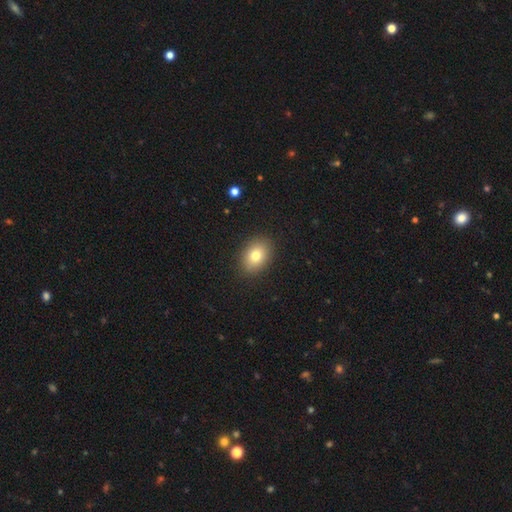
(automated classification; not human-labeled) Morphology: type=smooth (80%); roundness=in between (68%); merging=none (89%).